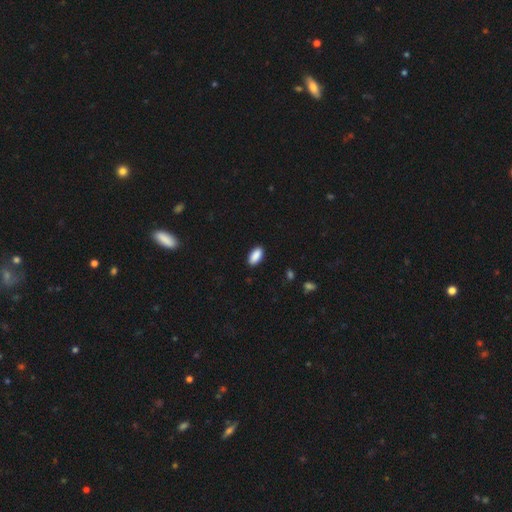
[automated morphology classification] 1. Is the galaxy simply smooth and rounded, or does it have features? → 90% smooth, 7% star or artifact, 3% featured or disk.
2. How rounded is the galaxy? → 92% in between, 6% cigar-shaped, 2% round.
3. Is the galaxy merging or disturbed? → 90% none, 8% minor disturbance, 2% major disturbance, 1% merger.